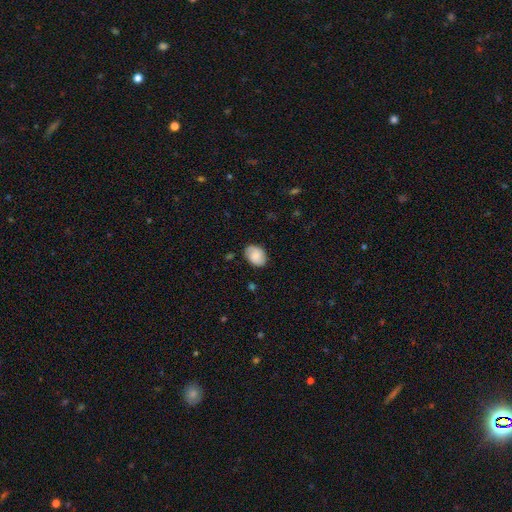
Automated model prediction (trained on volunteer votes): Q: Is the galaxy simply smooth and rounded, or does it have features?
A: smooth — 80%.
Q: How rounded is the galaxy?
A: in between — 73%.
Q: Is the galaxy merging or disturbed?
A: none — 78%.